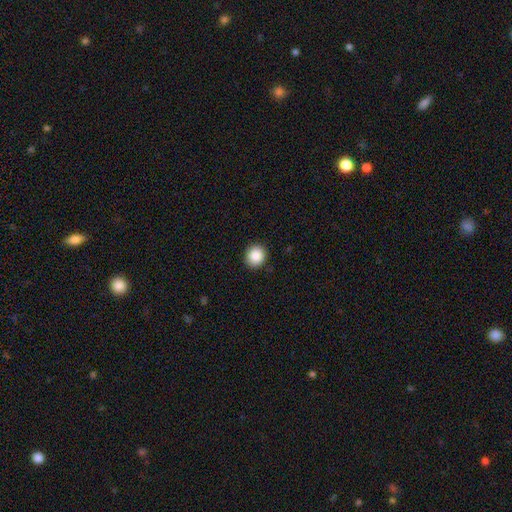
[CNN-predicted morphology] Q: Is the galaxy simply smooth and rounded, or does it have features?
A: smooth — 88%.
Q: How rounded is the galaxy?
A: round — 87%.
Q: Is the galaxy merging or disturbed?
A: none — 91%.